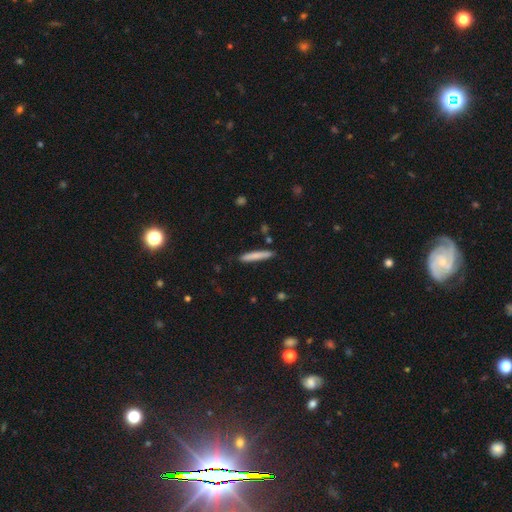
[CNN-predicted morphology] The model was most divided on "smooth or featured": smooth: 78%, featured or disk: 16%, star or artifact: 6%. More confident: how rounded — cigar-shaped (94%); merging — none (87%).